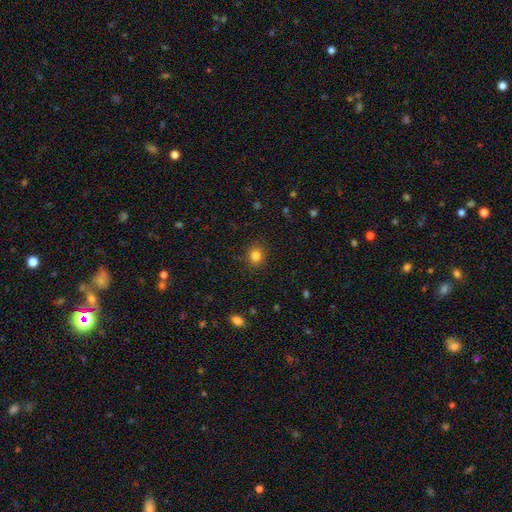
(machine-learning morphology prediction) Smooth or featured?
  - smooth: 83% *
  - star or artifact: 12%
  - featured or disk: 5%
How rounded?
  - round: 78% *
  - in between: 21%
  - cigar-shaped: 1%
Merging?
  - none: 88% *
  - minor disturbance: 8%
  - major disturbance: 3%
  - merger: 1%